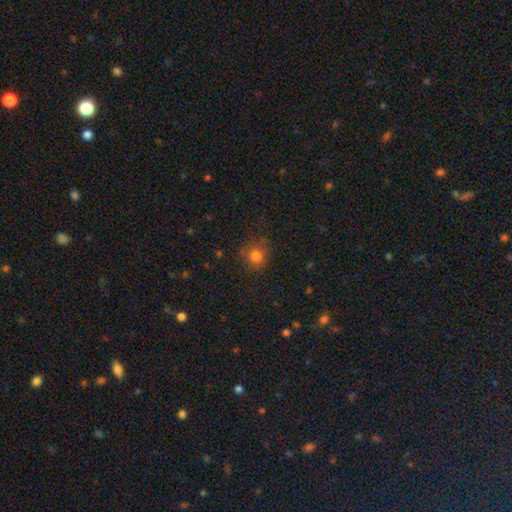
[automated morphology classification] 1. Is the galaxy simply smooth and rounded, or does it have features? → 79% smooth, 14% star or artifact, 7% featured or disk.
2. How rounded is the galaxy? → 88% round, 11% in between, 1% cigar-shaped.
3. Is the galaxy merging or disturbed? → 80% none, 13% minor disturbance, 5% major disturbance, 1% merger.